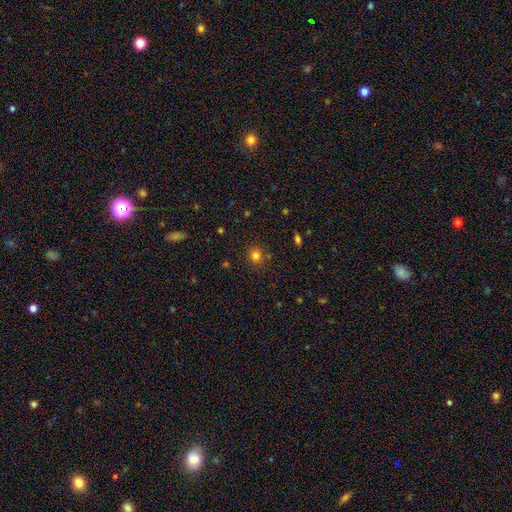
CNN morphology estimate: The model was most divided on "smooth or featured": smooth: 79%, star or artifact: 15%, featured or disk: 6%. More confident: merging — none (85%); how rounded — round (83%).